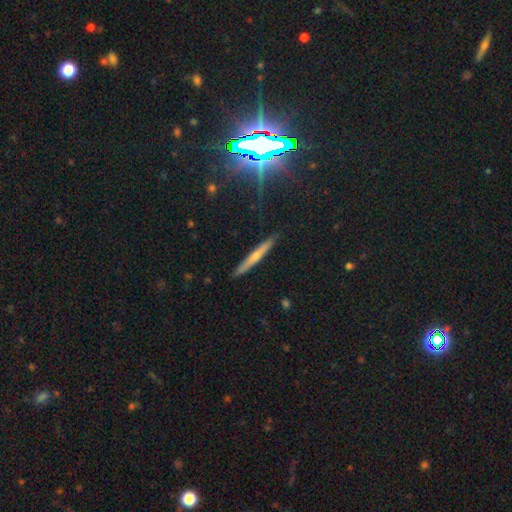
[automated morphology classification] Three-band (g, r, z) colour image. It shows a featured or disk galaxy (52%) viewed edge-on (96%). Merging: none (89%).